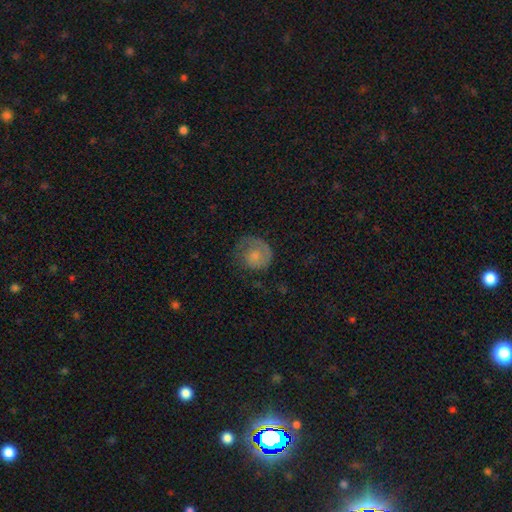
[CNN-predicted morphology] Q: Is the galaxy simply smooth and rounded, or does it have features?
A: smooth — 49%.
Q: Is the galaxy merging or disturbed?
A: none — 51%.